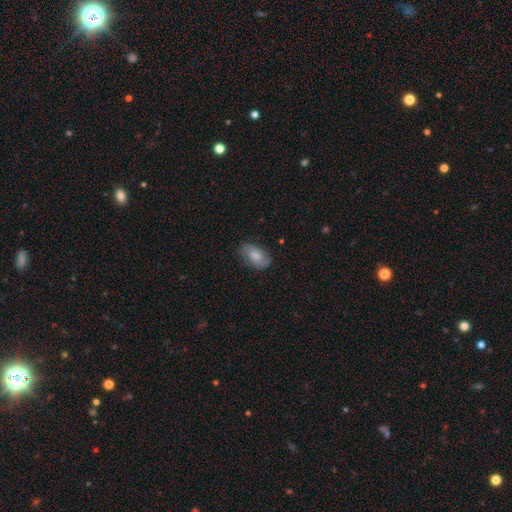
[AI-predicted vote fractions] This is likely a smooth galaxy (63%). How rounded: clearly in between (91%). Merging: likely none (72%).